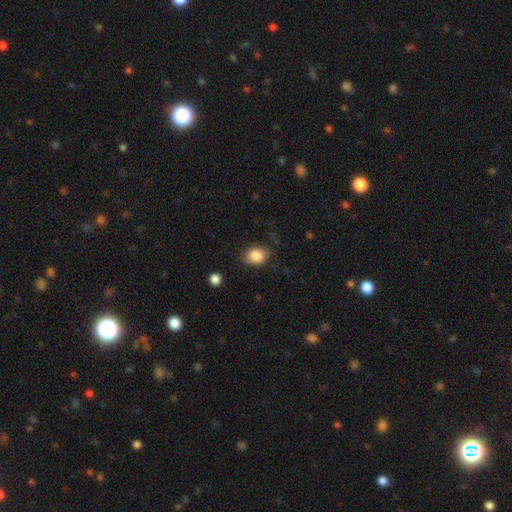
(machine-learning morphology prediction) Smooth or featured?
  - smooth: 86% *
  - star or artifact: 9%
  - featured or disk: 5%
How rounded?
  - in between: 54% *
  - round: 45%
  - cigar-shaped: 1%
Merging?
  - none: 77% *
  - minor disturbance: 17%
  - major disturbance: 5%
  - merger: 2%